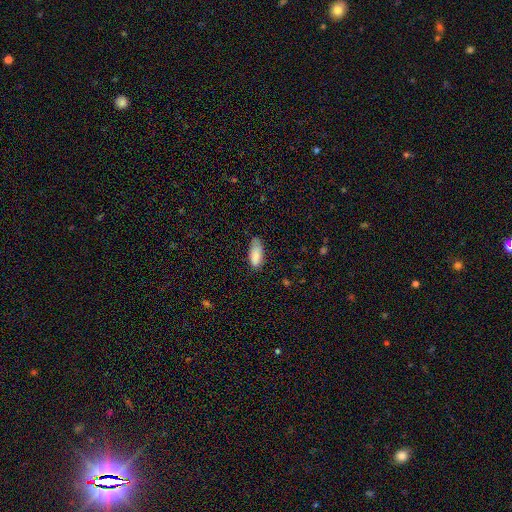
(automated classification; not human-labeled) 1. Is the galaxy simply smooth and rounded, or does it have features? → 86% smooth, 7% star or artifact, 7% featured or disk.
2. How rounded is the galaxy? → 83% in between, 16% cigar-shaped, 2% round.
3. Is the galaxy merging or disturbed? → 56% none, 34% minor disturbance, 8% major disturbance, 2% merger.